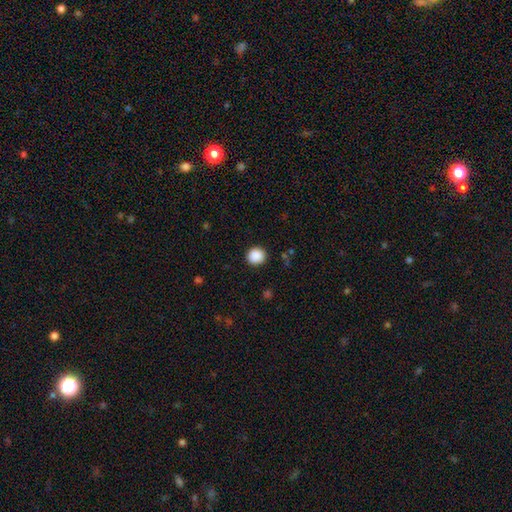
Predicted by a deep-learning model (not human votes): Smooth or featured? Predicted: smooth (p=0.89). How rounded? Predicted: round (p=0.90). Merging? Predicted: none (p=0.91).